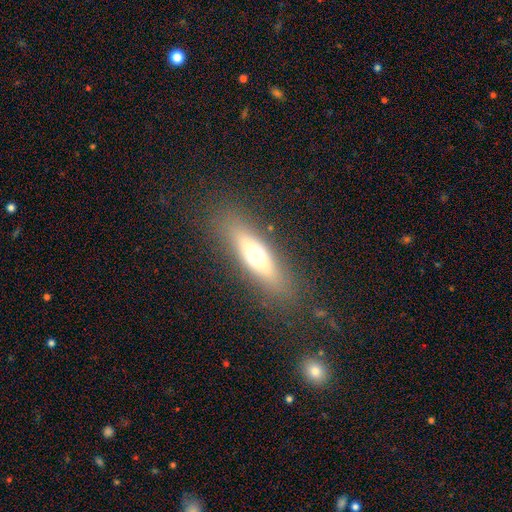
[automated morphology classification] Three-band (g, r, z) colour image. It shows a smooth galaxy with no disk features (53%) that is cigar-shaped (62%). Merging: none (85%).